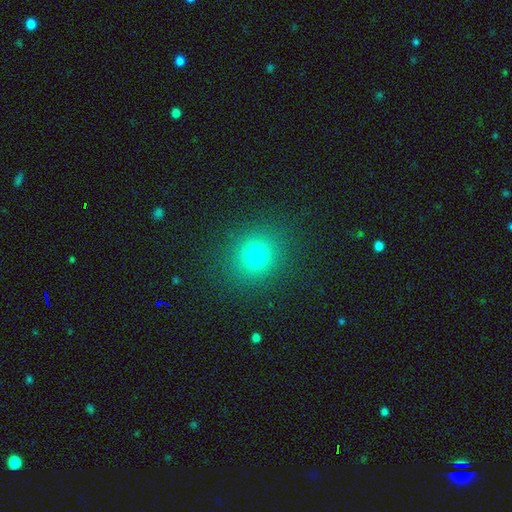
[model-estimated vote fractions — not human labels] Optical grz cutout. It shows a smooth galaxy with no disk features (74%) that is round (82%). Merging: none (88%).